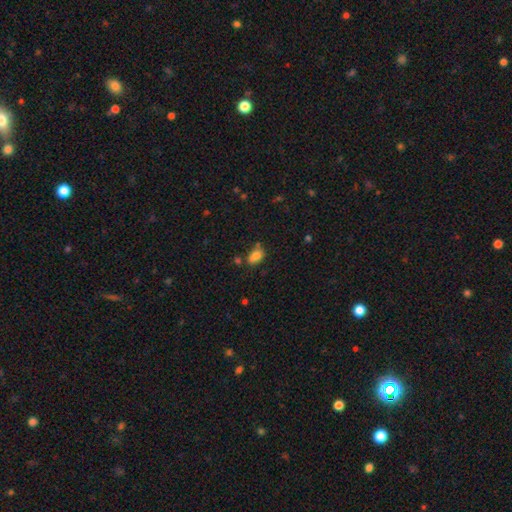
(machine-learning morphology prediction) smooth-or-featured: smooth: 79% | star or artifact: 11% | featured or disk: 9%
  how-rounded: in between: 82% | round: 16% | cigar-shaped: 2%
  merging: none: 54% | minor disturbance: 23% | merger: 16% | major disturbance: 7%